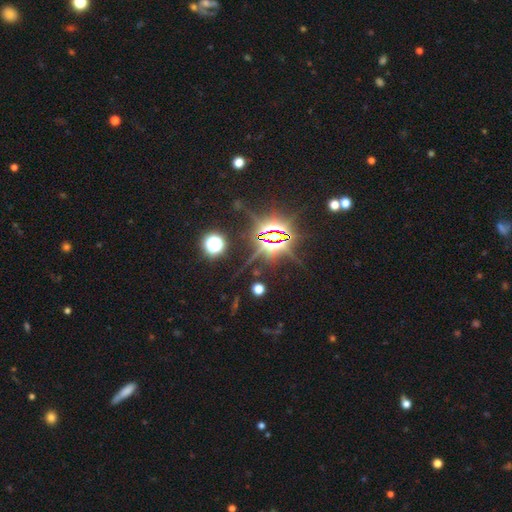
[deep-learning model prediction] smooth-or-featured: star or artifact: 85% | smooth: 9% | featured or disk: 6%